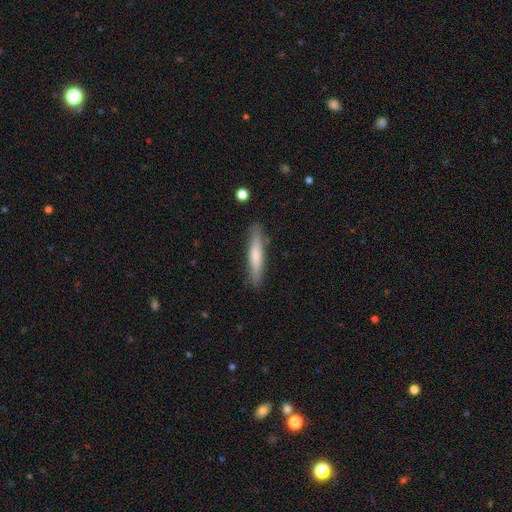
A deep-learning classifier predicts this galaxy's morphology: A smooth galaxy with no disk features (63%) that is cigar-shaped (92%). Merging: none (87%).